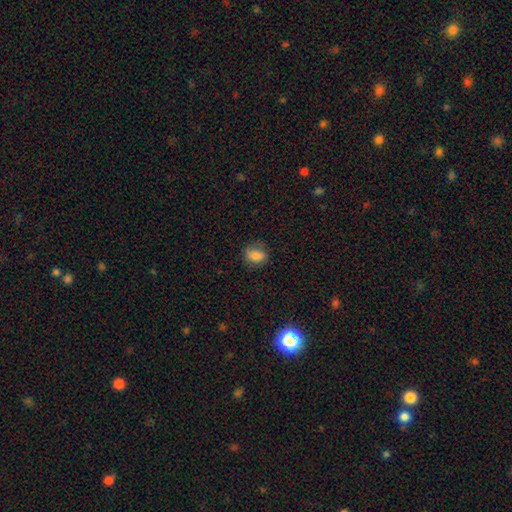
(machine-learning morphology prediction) Smooth or featured?
  - smooth: 81% *
  - star or artifact: 10%
  - featured or disk: 9%
How rounded?
  - in between: 53% *
  - round: 45%
  - cigar-shaped: 1%
Merging?
  - none: 74% *
  - minor disturbance: 19%
  - major disturbance: 6%
  - merger: 1%